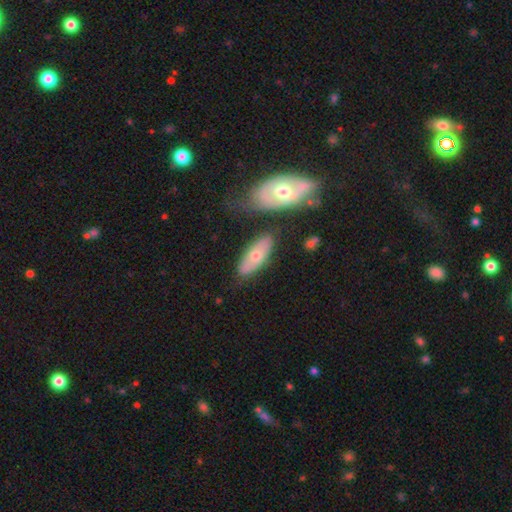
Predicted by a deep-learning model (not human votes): Smooth or featured: smooth — 52% (featured or disk — 42%)
How rounded: in between — 75% (cigar-shaped — 21%)
Merging: none — 67% (minor disturbance — 17%)